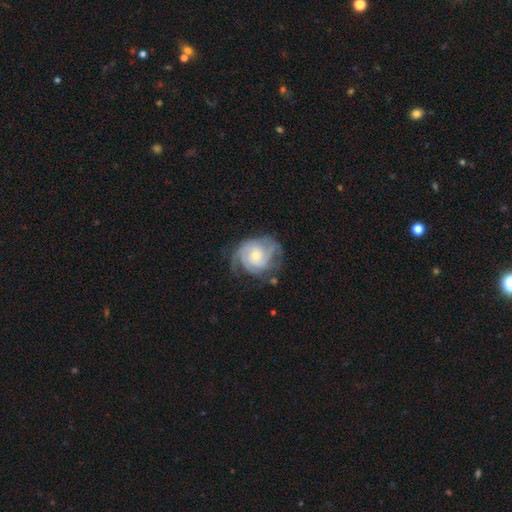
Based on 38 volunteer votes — This is clearly a featured or disk galaxy (95%). It is clearly not viewed edge-on (97%). Bar: likely no (71%). Spiral arm pattern: clearly yes (100%). Spiral arm count: marginally 3 (31%). Spiral winding: likely tight (60%). Central bulge: possibly moderate (51%). Merging: likely none (66%).